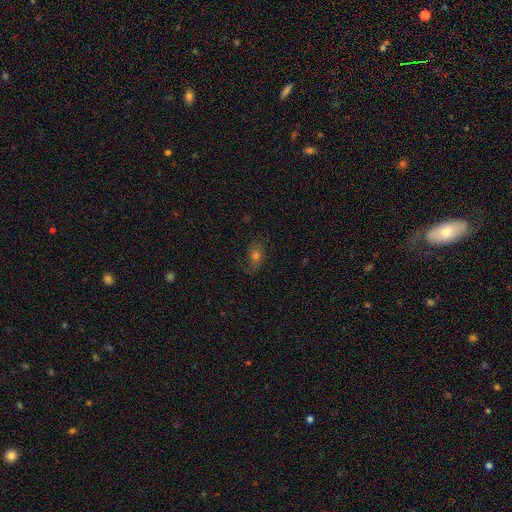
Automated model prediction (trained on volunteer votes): Morphology: type=smooth (52%); roundness=in between (72%); merging=none (73%).